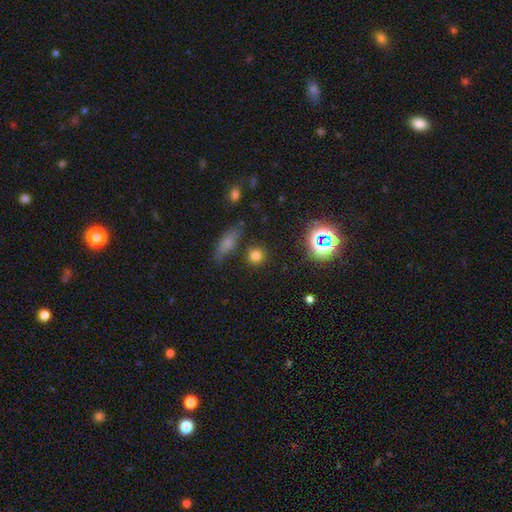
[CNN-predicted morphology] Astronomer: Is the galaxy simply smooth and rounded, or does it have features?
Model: smooth — 77%.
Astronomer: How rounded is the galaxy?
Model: round — 88%.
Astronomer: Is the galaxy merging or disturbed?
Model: none — 84%.